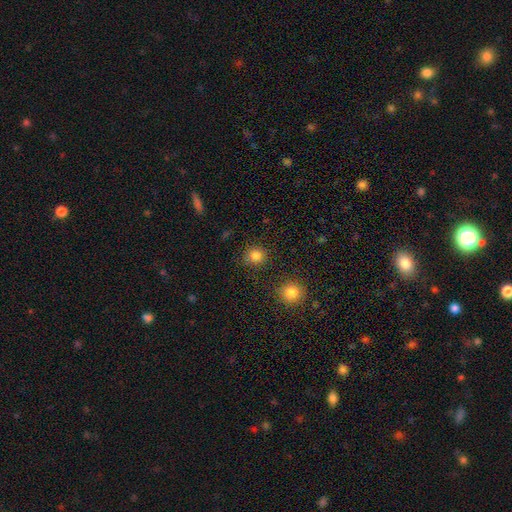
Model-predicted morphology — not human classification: Smooth or featured? smooth (84%)
How rounded? round (90%)
Merging? none (88%)